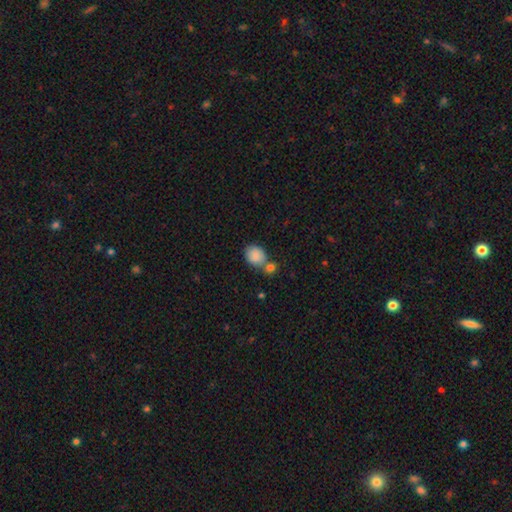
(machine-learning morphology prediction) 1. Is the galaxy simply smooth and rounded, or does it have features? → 87% smooth, 8% star or artifact, 6% featured or disk.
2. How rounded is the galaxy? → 53% round, 46% in between, 1% cigar-shaped.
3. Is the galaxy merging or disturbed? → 48% none, 34% merger, 13% minor disturbance, 4% major disturbance.